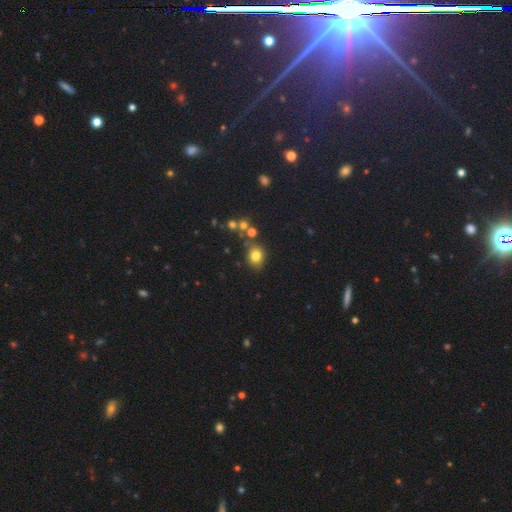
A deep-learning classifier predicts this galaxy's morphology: Smooth or featured? smooth (78%)
How rounded? round (58%)
Merging? none (69%)